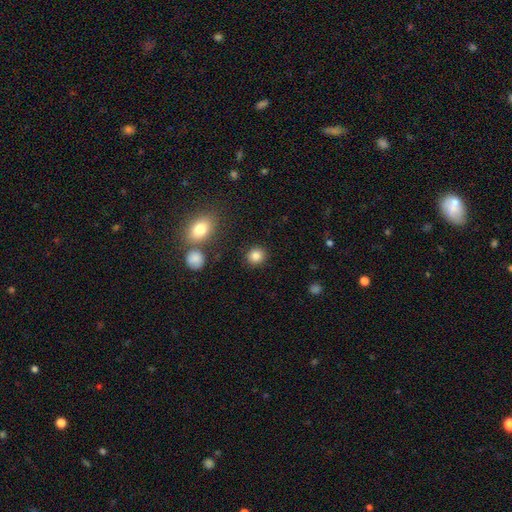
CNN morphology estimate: Smooth or featured: smooth — 85% (star or artifact — 10%)
How rounded: round — 85% (in between — 14%)
Merging: none — 89% (minor disturbance — 6%)